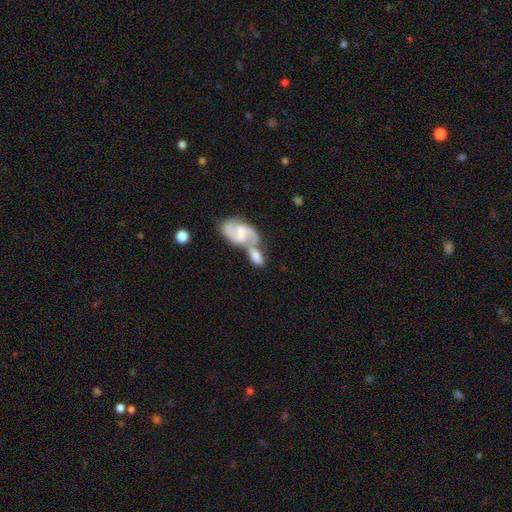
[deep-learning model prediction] Smooth or featured? Predicted: featured or disk (p=0.49). Merging? Predicted: merger (p=0.70).